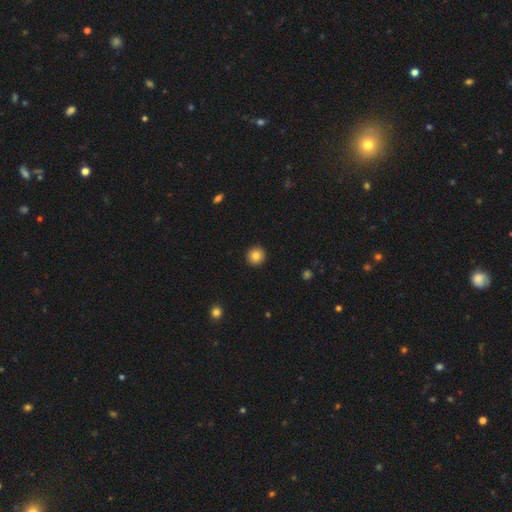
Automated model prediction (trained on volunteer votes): This is clearly a smooth galaxy (84%). How rounded: clearly round (94%). Merging: clearly none (93%).